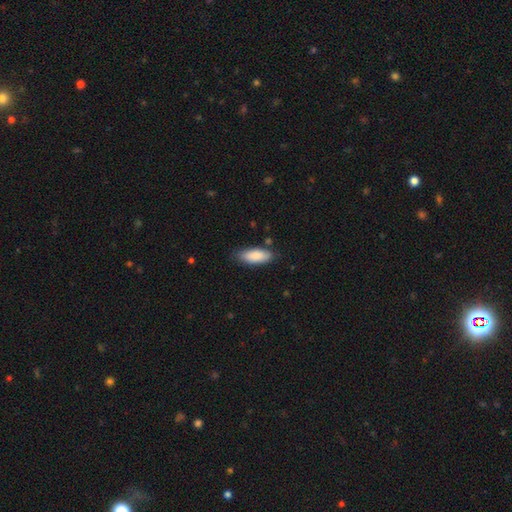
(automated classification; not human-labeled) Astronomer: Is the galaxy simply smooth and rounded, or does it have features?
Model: smooth — 86%.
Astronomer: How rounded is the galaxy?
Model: in between — 79%.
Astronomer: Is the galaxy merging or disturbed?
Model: none — 79%.